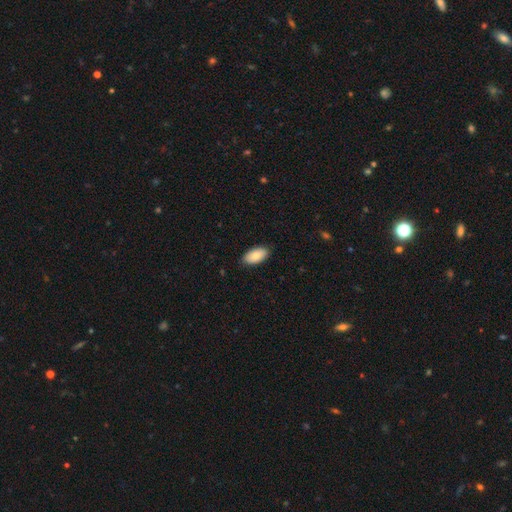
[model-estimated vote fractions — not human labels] This is clearly a smooth galaxy (85%). How rounded: clearly in between (95%). Merging: clearly none (88%).